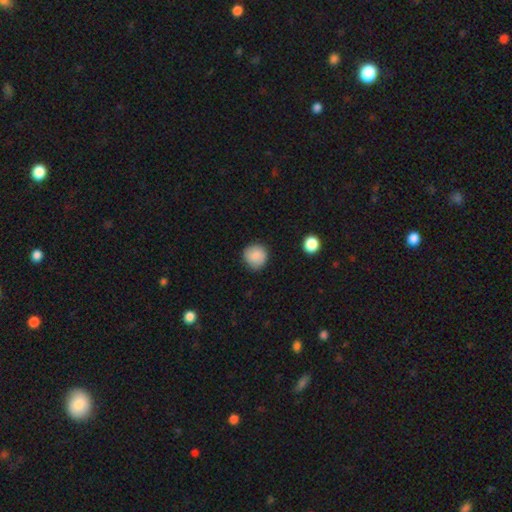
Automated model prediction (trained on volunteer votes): The model was most divided on "merging": none: 86%, minor disturbance: 11%, major disturbance: 2%, merger: 1%. More confident: how rounded — round (93%); smooth or featured — smooth (86%).